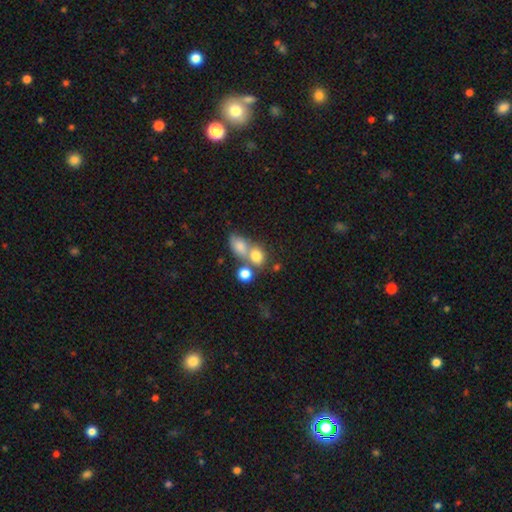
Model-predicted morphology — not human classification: Smooth or featured? smooth (77%)
How rounded? round (58%)
Merging? merger (47%)